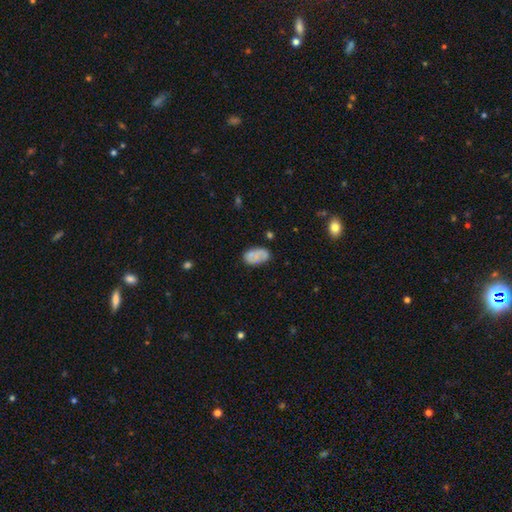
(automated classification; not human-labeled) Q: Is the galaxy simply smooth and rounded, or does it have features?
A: smooth — 68%.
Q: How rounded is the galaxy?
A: in between — 92%.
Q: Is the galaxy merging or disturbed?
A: none — 63%.